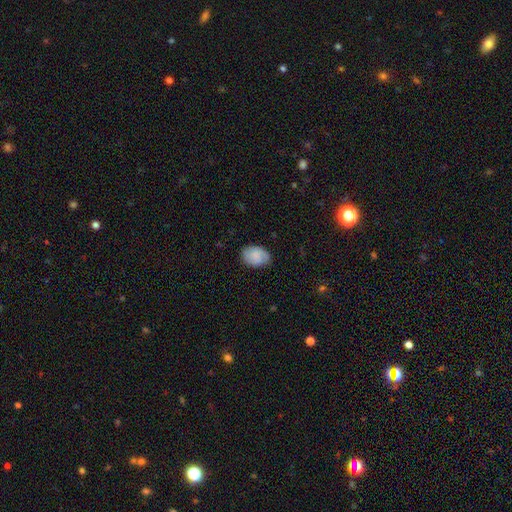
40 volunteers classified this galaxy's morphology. Smooth or featured? smooth (68%)
How rounded? in between (96%)
Merging? none (85%)